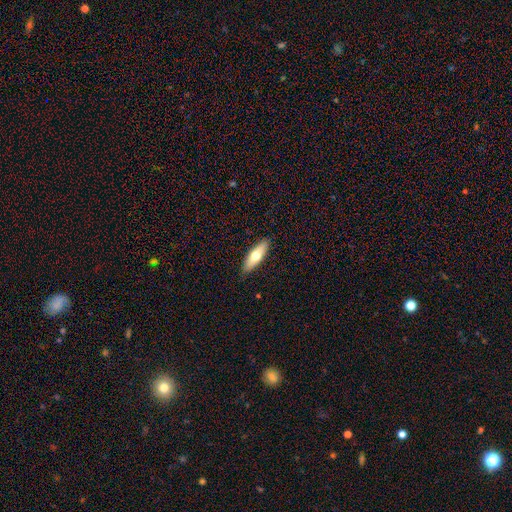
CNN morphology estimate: Smooth or featured? Predicted: smooth (p=0.62). How rounded? Predicted: in between (p=0.49). Merging? Predicted: none (p=0.89).